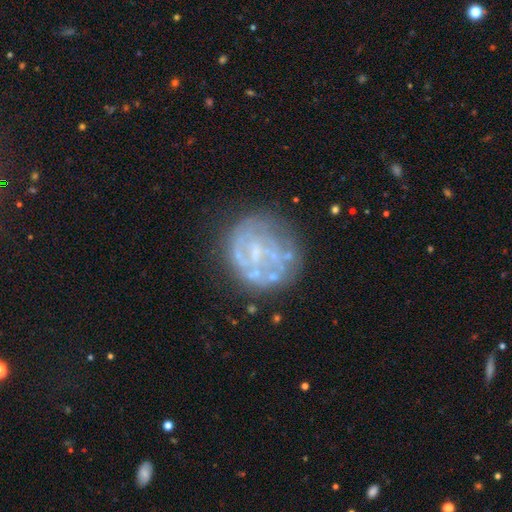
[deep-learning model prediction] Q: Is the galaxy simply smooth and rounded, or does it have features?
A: featured or disk — 67%.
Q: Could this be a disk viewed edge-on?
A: no — 98%.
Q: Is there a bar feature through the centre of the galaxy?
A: no — 76%.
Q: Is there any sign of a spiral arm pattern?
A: no — 69%.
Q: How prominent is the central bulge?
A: none — 46%.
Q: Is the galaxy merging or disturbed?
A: none — 62%.